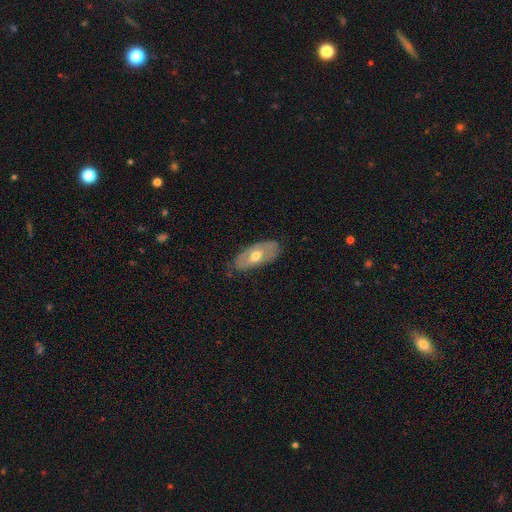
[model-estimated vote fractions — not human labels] Smooth or featured? featured or disk (48%)
Merging? none (76%)